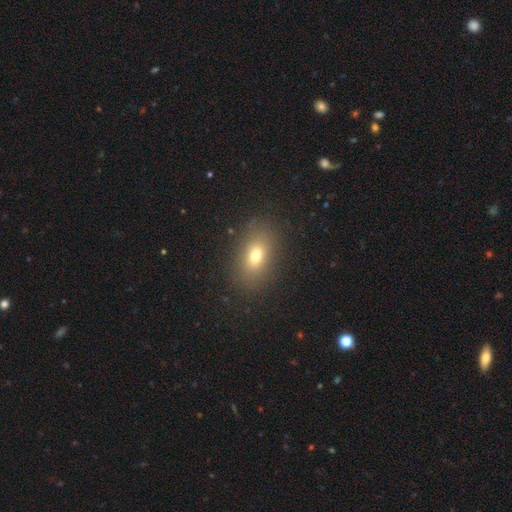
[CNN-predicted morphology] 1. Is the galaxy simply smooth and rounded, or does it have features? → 72% smooth, 14% featured or disk, 14% star or artifact.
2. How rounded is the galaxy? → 79% in between, 18% round, 3% cigar-shaped.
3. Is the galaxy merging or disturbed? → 86% none, 9% minor disturbance, 4% major disturbance, 1% merger.